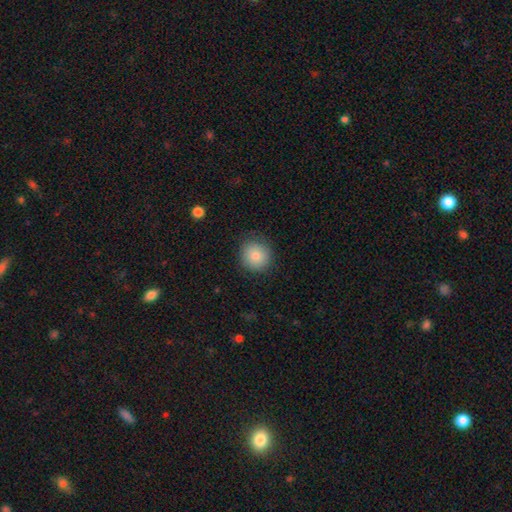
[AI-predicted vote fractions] Smooth or featured? smooth (84%)
How rounded? round (91%)
Merging? none (85%)